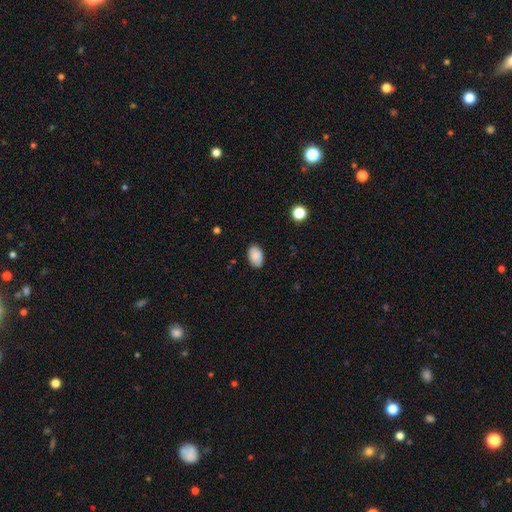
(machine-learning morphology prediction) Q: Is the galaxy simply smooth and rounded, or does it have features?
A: smooth — 89%.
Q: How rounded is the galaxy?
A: in between — 89%.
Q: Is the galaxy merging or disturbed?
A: none — 86%.